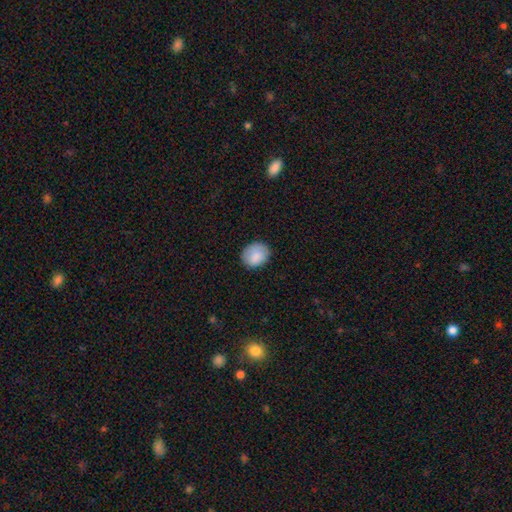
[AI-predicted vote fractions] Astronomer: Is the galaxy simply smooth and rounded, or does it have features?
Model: smooth — 86%.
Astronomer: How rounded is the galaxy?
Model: round — 59% (runner-up: in between, 40%).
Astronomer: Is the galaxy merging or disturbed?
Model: none — 81%.